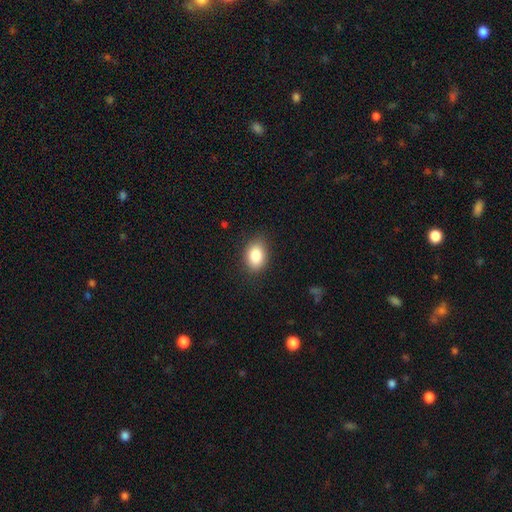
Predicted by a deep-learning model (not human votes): This is clearly a smooth galaxy (85%). How rounded: clearly in between (82%). Merging: clearly none (84%).